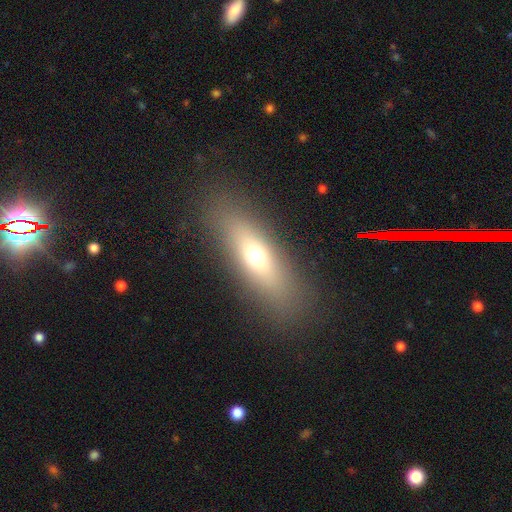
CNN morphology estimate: Smooth or featured? Predicted: smooth (p=0.62). How rounded? Predicted: in between (p=0.49). Merging? Predicted: none (p=0.86).